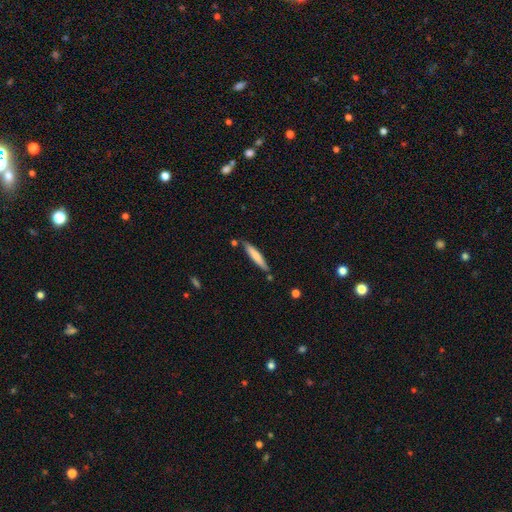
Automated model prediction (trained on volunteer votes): This appears to be a smooth galaxy with no disk features (71%) that is cigar-shaped (91%). Merging: none (79%).